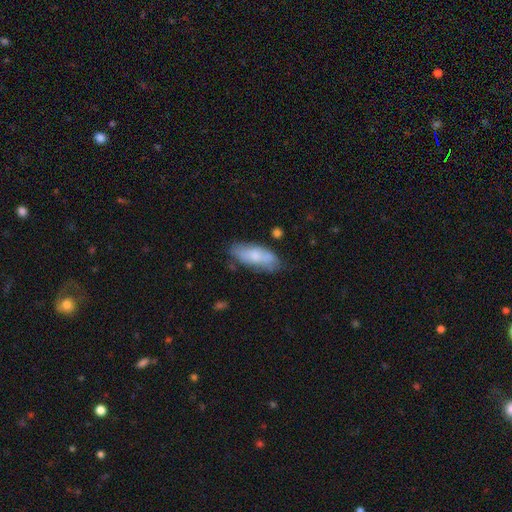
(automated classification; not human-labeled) This is likely a smooth galaxy (68%). How rounded: likely in between (77%). Merging: likely none (65%).